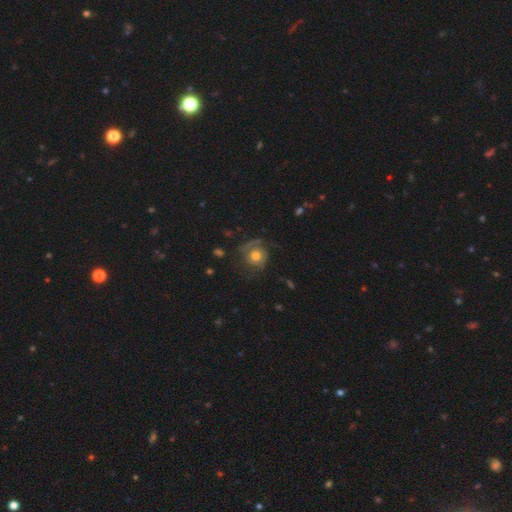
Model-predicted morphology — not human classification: smooth_or_featured: featured or disk (p=0.52) [alt: smooth p=0.39]
disk_edge_on: no (p=0.97) [alt: yes p=0.03]
bar: no (p=0.83) [alt: weak p=0.15]
has_spiral_arms: yes (p=0.79) [alt: no p=0.21]
bulge_size: moderate (p=0.66) [alt: large p=0.17]
merging: none (p=0.59) [alt: minor disturbance p=0.20]